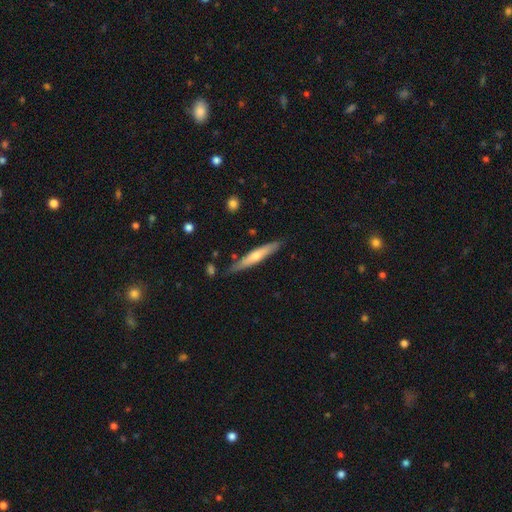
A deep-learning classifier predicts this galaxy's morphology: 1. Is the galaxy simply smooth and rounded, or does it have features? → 48% featured or disk, 47% smooth, 5% star or artifact.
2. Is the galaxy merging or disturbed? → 82% none, 13% minor disturbance, 3% merger, 2% major disturbance.